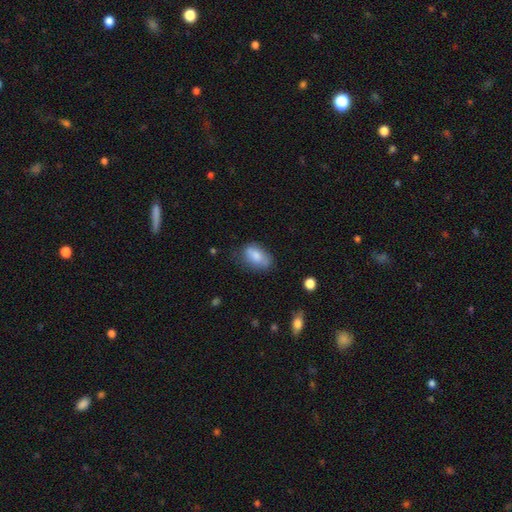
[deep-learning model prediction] Smooth or featured? smooth (77%)
How rounded? in between (91%)
Merging? none (64%)